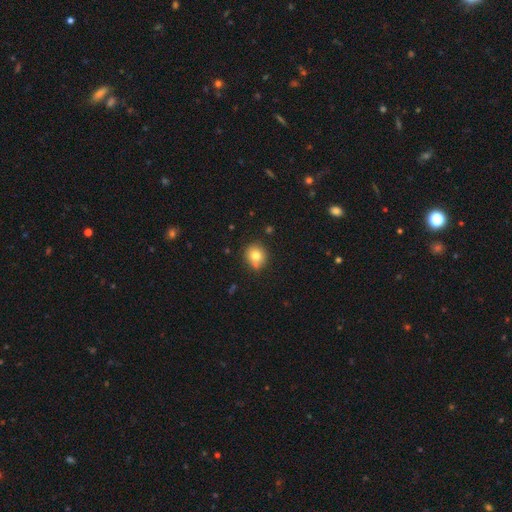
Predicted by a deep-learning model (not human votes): A smooth galaxy with no disk features (78%) that is round (83%). Merging: none (75%).